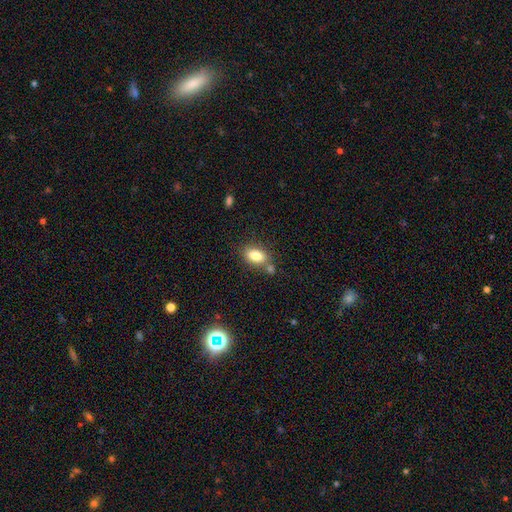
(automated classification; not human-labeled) Overall: smooth (83%). How rounded: in between (87%). Merging: none (64%).